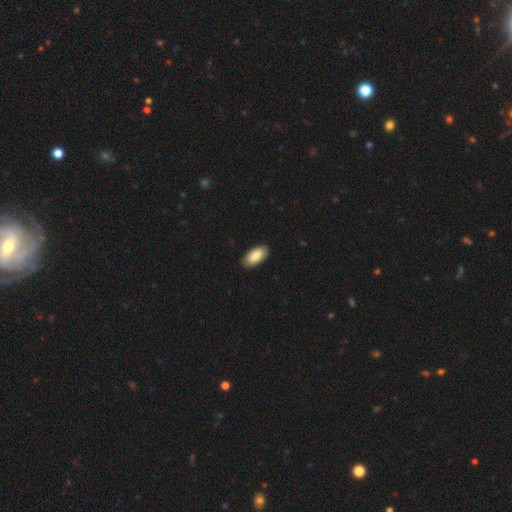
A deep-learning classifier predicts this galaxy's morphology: This appears to be a smooth galaxy with no disk features (86%) that is in between round and cigar-shaped (93%). Merging: none (89%).